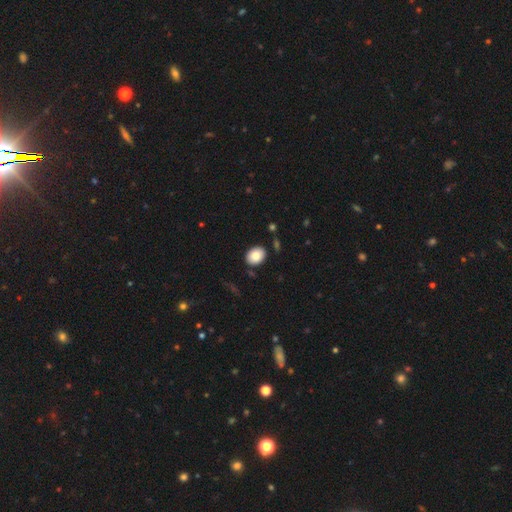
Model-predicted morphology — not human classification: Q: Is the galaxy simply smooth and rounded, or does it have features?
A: smooth — 85%.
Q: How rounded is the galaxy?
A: in between — 61%.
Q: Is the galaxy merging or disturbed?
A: none — 87%.